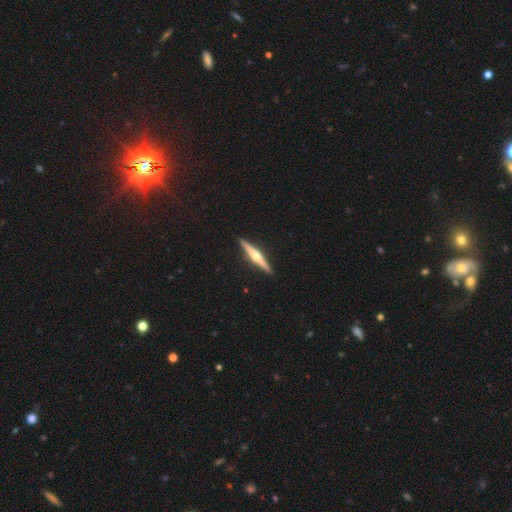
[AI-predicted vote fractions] Smooth or featured?
  - featured or disk: 76% *
  - smooth: 19%
  - star or artifact: 5%
Edge-on disk?
  - yes: 98% *
  - no: 2%
Edge-on bulge?
  - rounded: 93% *
  - none: 4%
  - boxy: 4%
Merging?
  - none: 92% *
  - minor disturbance: 6%
  - major disturbance: 1%
  - merger: 1%